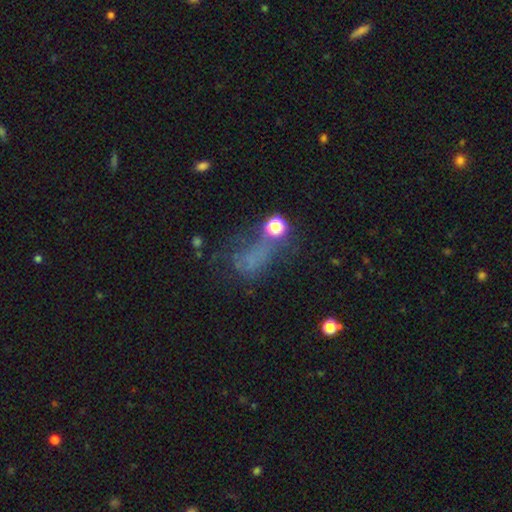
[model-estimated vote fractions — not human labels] smooth 41%, star or artifact 34%, featured or disk 26%. Down the decision tree: merging — major disturbance (39%).